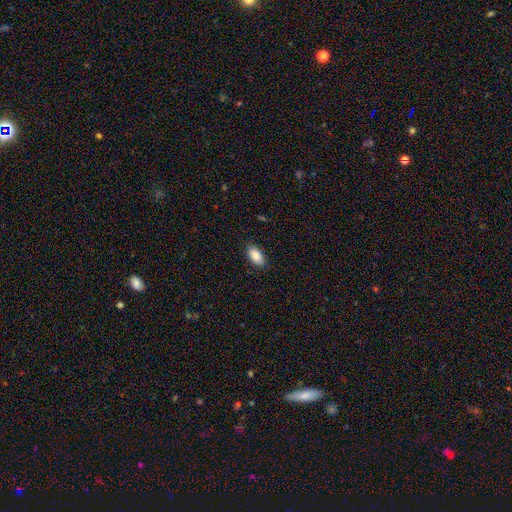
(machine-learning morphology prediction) This appears to be a smooth galaxy with no disk features (88%) that is in between round and cigar-shaped (94%). Merging: none (86%).